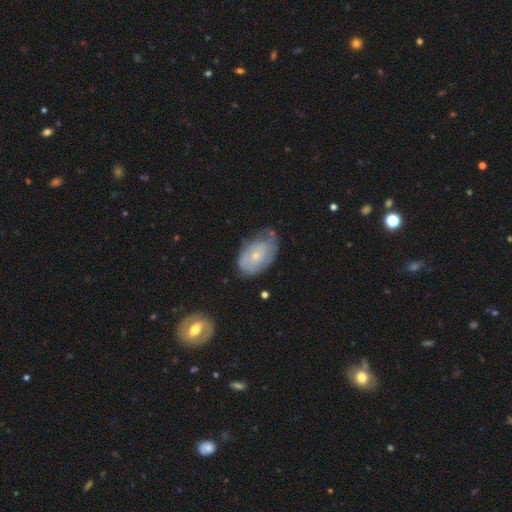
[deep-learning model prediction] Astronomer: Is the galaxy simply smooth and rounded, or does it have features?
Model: smooth — 47% (runner-up: featured or disk, 46%).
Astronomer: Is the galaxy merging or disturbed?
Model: none — 52% (runner-up: minor disturbance, 33%).